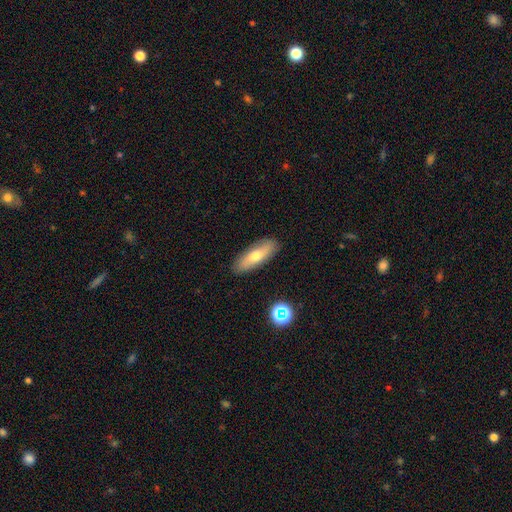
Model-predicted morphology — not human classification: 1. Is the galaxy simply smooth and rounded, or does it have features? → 61% smooth, 31% featured or disk, 8% star or artifact.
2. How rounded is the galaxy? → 53% in between, 44% cigar-shaped, 3% round.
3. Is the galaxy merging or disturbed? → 88% none, 9% minor disturbance, 2% major disturbance, 1% merger.